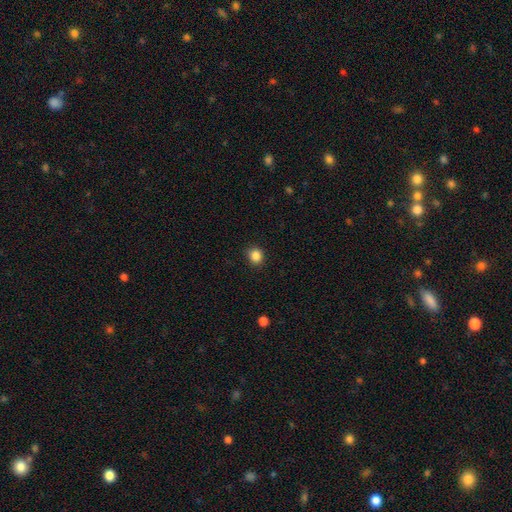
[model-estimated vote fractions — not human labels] This is clearly a smooth galaxy (86%). How rounded: likely round (78%). Merging: clearly none (89%).